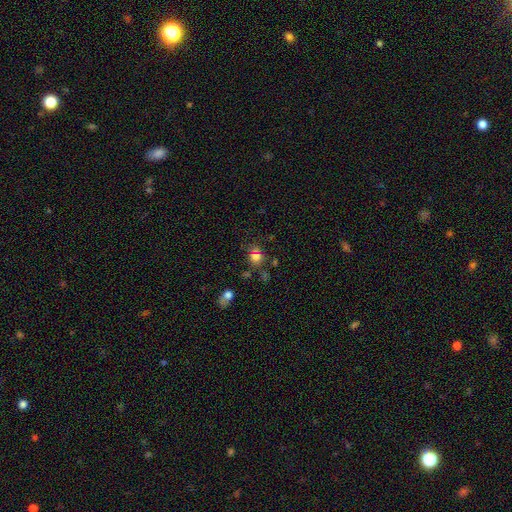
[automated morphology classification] smooth-or-featured: smooth: 69% | star or artifact: 22% | featured or disk: 10%
  how-rounded: round: 71% | in between: 28% | cigar-shaped: 1%
  merging: none: 63% | merger: 15% | minor disturbance: 15% | major disturbance: 7%